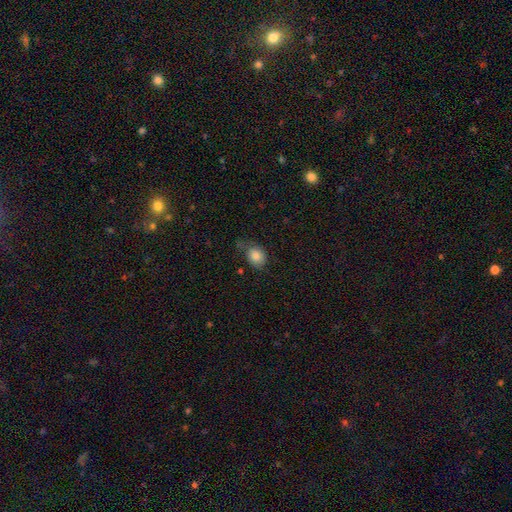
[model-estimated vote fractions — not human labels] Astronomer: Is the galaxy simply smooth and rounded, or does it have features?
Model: smooth — 83%.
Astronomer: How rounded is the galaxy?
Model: round — 57% (runner-up: in between, 42%).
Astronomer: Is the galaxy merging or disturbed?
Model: none — 54% (runner-up: minor disturbance, 30%).